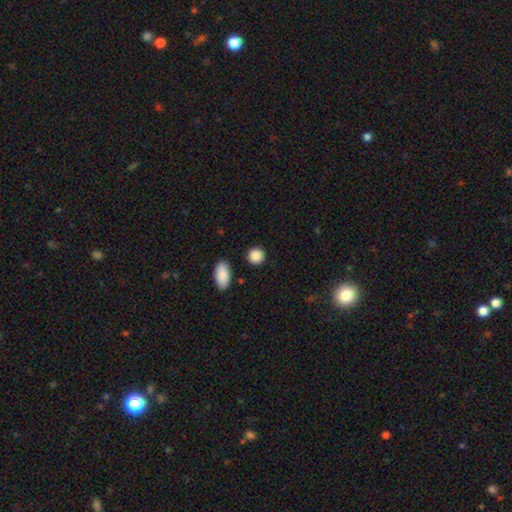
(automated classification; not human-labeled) Smooth or featured?
  - smooth: 89% *
  - star or artifact: 8%
  - featured or disk: 3%
How rounded?
  - round: 84% *
  - in between: 14%
  - cigar-shaped: 1%
Merging?
  - none: 87% *
  - minor disturbance: 8%
  - merger: 3%
  - major disturbance: 3%